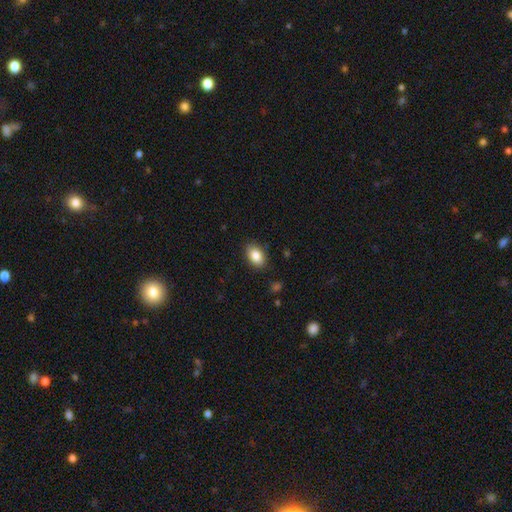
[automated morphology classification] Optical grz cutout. It shows a smooth galaxy with no disk features (85%) that is in between round and cigar-shaped (87%). Merging: none (86%).